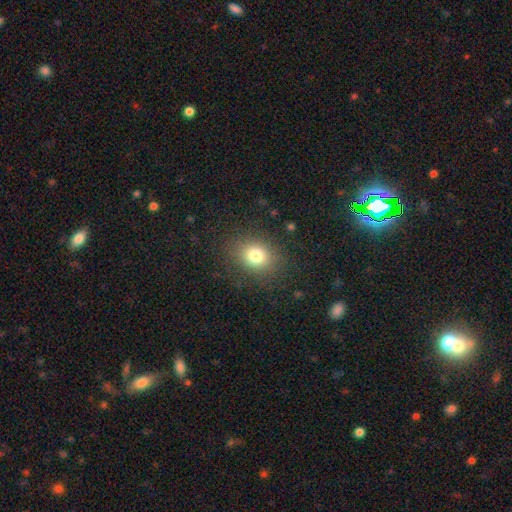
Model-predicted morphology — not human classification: The model was most divided on "how rounded": round: 59%, in between: 40%, cigar-shaped: 1%. More confident: merging — none (85%); smooth or featured — smooth (78%).